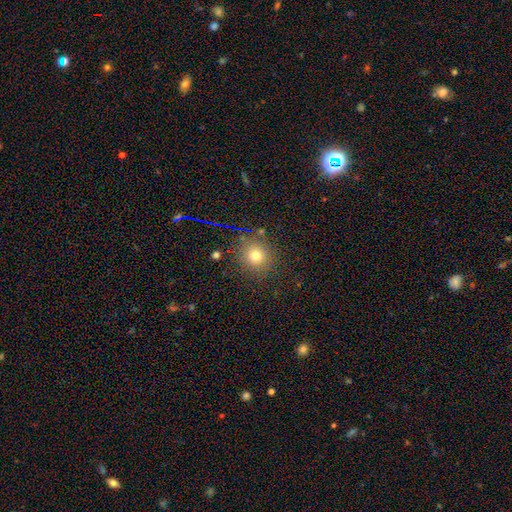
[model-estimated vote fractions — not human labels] This is likely a smooth galaxy (73%). How rounded: clearly round (90%). Merging: clearly none (86%).